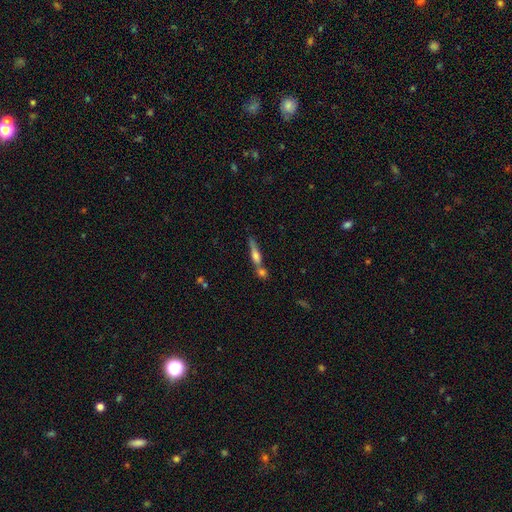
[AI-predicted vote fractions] smooth 46%, featured or disk 45%, star or artifact 9%. Down the decision tree: merging — none (43%).